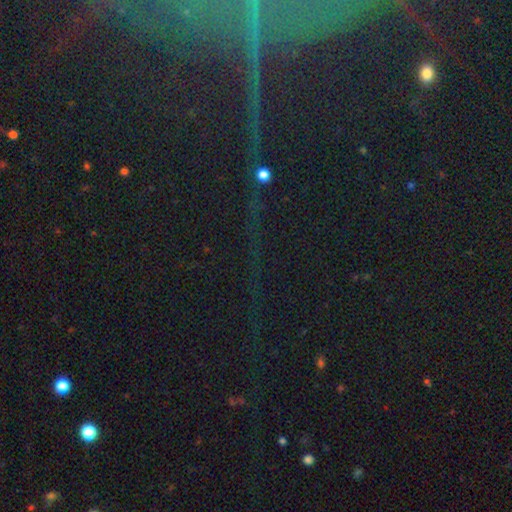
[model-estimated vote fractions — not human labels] Smooth or featured?
  - star or artifact: 85% *
  - smooth: 8%
  - featured or disk: 7%